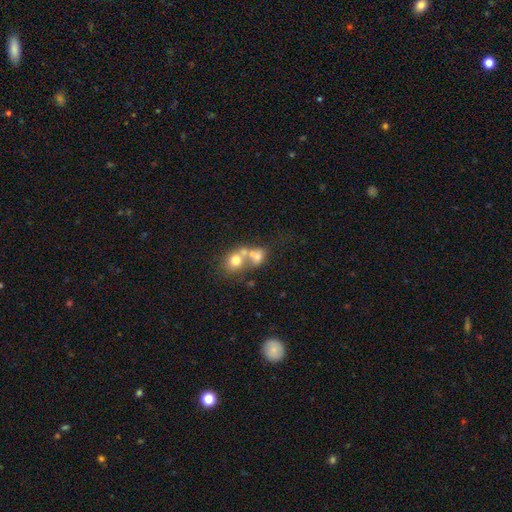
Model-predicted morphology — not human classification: A smooth galaxy with no disk features (61%) that is round (63%). Merging: merger (61%).